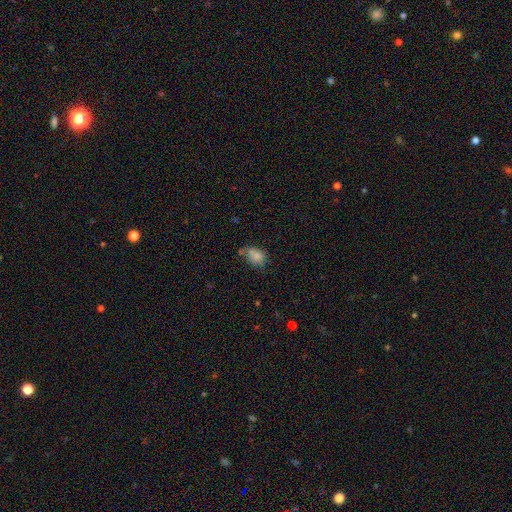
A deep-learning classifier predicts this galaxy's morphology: Smooth or featured? smooth (74%)
How rounded? in between (53%)
Merging? none (41%)